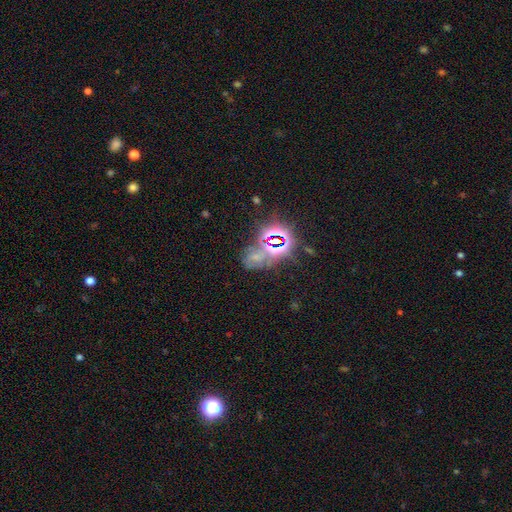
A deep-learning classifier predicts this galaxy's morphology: star or artifact 70%, smooth 16%, featured or disk 14%.